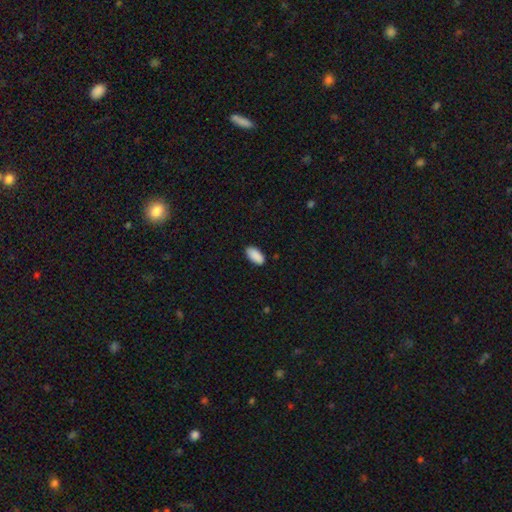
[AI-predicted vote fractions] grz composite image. It shows a smooth galaxy with no disk features (91%) that is in between round and cigar-shaped (94%). Merging: none (88%).